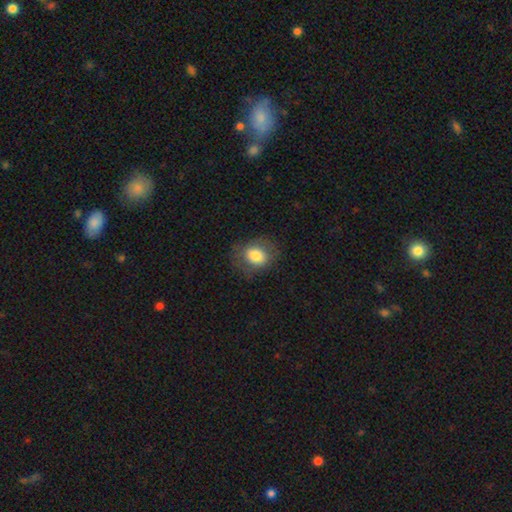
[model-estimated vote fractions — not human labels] This appears to be a smooth galaxy with no disk features (77%) that is round (54%). Merging: none (72%).